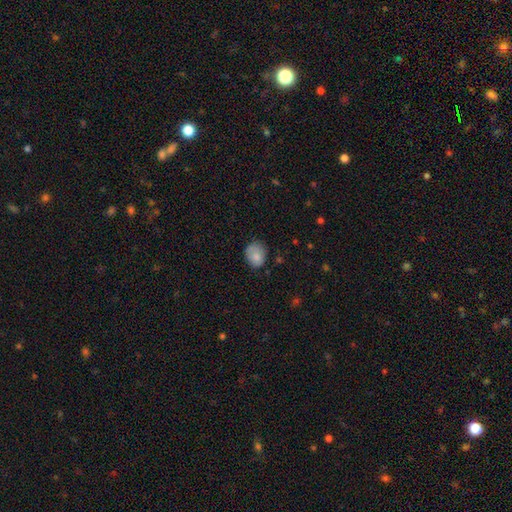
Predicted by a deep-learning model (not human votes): A smooth galaxy with no disk features (78%) that is round (54%).

Vote fractions:
- Smooth or featured? smooth: 78% / featured or disk: 13% / star or artifact: 8%
- How rounded? round: 54% / in between: 45% / cigar-shaped: 1%
- Merging? none: 60% / minor disturbance: 29% / major disturbance: 9% / merger: 2%